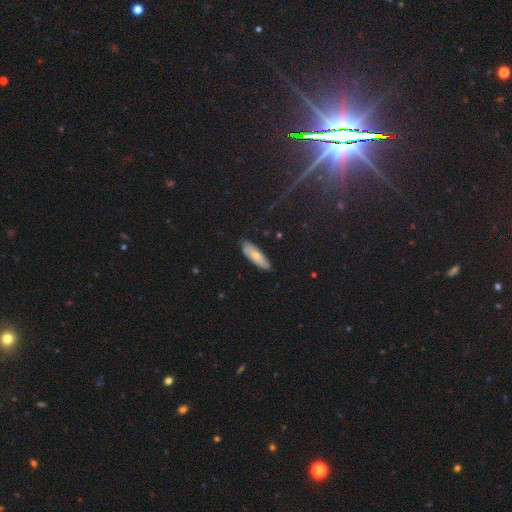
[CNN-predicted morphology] This appears to be a smooth galaxy with no disk features (68%) that is in between round and cigar-shaped (53%). Merging: none (83%).